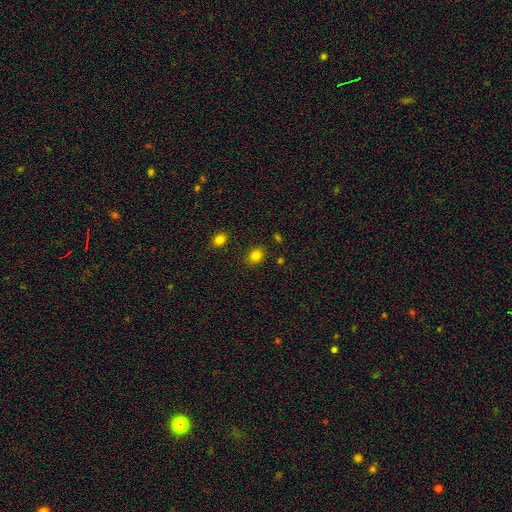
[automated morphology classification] Q: Smooth or featured?
A: smooth (81%); runner-up: star or artifact (12%)
Q: How rounded?
A: round (50%); runner-up: in between (49%)
Q: Merging?
A: none (85%); runner-up: minor disturbance (10%)